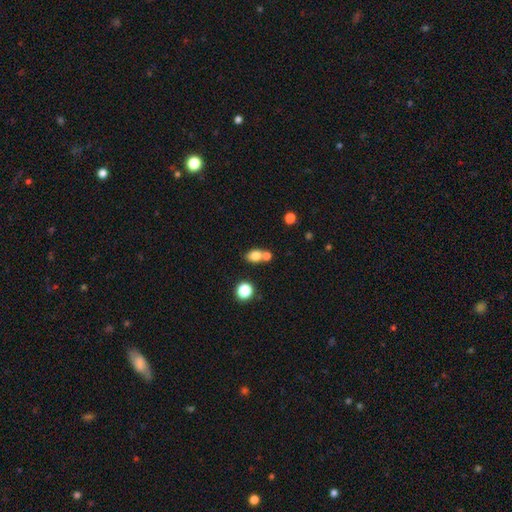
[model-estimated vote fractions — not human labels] smooth_or_featured: smooth (p=0.79) [alt: star or artifact p=0.12]
how_rounded: in between (p=0.60) [alt: round p=0.38]
merging: none (p=0.50) [alt: merger p=0.36]